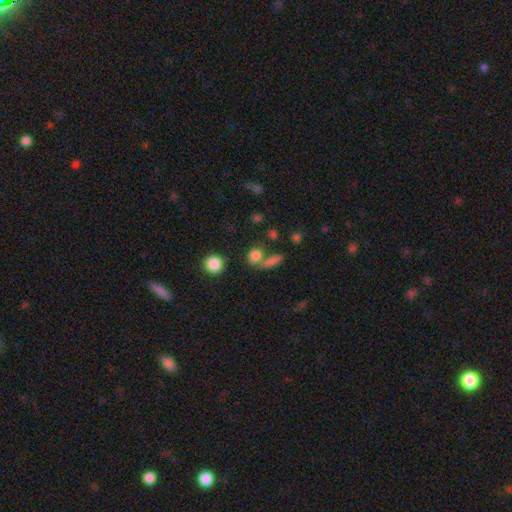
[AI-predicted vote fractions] smooth 80%, star or artifact 13%, featured or disk 7%. Down the decision tree: how rounded — round (61%); merging — none (51%).